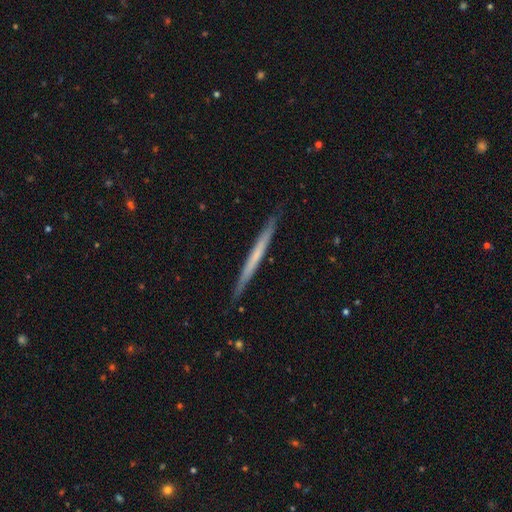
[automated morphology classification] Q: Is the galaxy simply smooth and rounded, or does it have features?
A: featured or disk — 51%.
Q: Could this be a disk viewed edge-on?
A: yes — 97%.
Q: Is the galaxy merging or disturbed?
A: none — 90%.